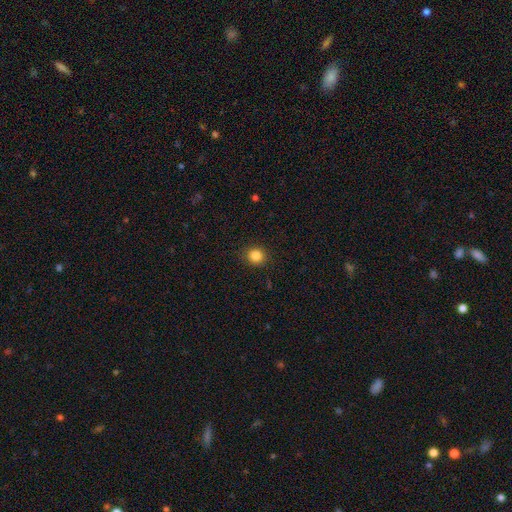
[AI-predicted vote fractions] Smooth or featured?
  - smooth: 85% *
  - star or artifact: 11%
  - featured or disk: 4%
How rounded?
  - round: 85% *
  - in between: 14%
  - cigar-shaped: 1%
Merging?
  - none: 90% *
  - minor disturbance: 7%
  - major disturbance: 2%
  - merger: 1%